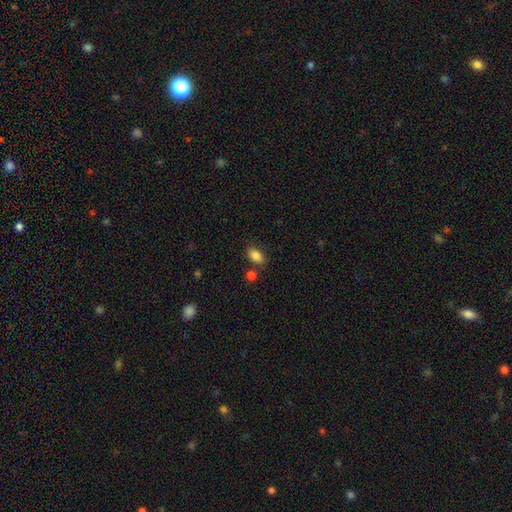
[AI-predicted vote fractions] Q: Smooth or featured?
A: smooth (86%); runner-up: star or artifact (9%)
Q: How rounded?
A: in between (87%); runner-up: round (11%)
Q: Merging?
A: none (76%); runner-up: minor disturbance (12%)